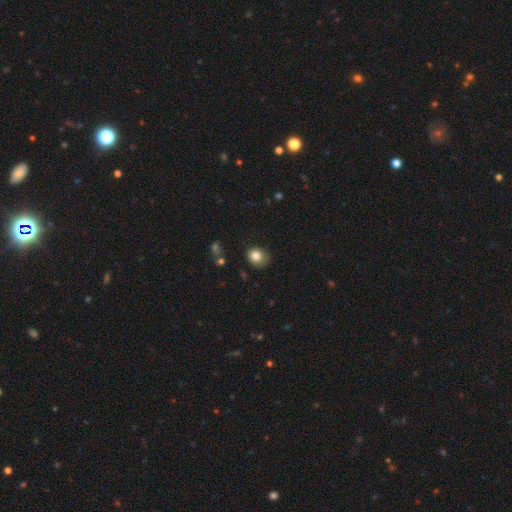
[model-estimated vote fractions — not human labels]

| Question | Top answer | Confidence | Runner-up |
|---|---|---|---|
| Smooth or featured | smooth | 80% | star or artifact (11%) |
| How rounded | round | 70% | in between (29%) |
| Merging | none | 72% | minor disturbance (21%) |